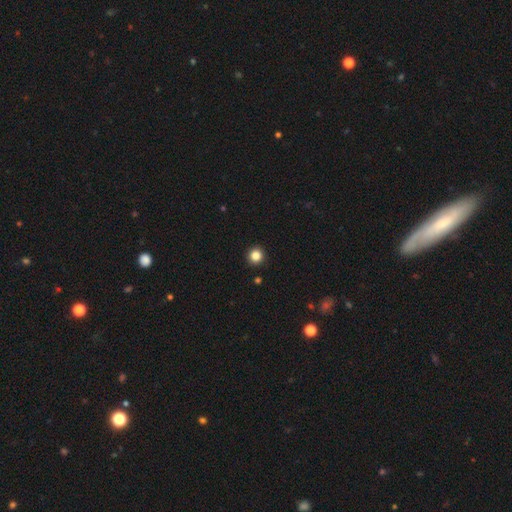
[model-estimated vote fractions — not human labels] smooth 85%, star or artifact 11%, featured or disk 4%. Down the decision tree: how rounded — round (95%); merging — none (93%).